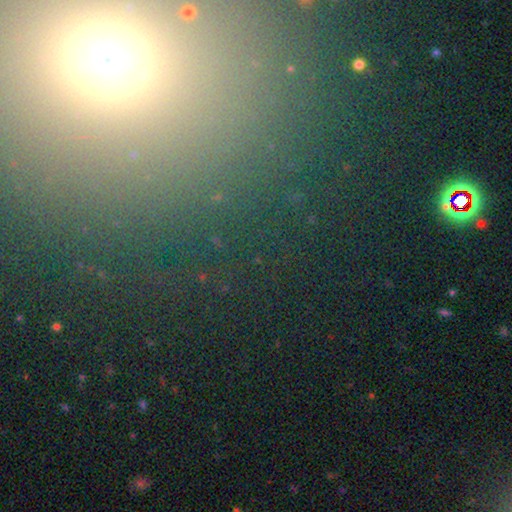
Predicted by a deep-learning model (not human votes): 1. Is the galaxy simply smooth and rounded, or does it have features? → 64% star or artifact, 24% smooth, 13% featured or disk.